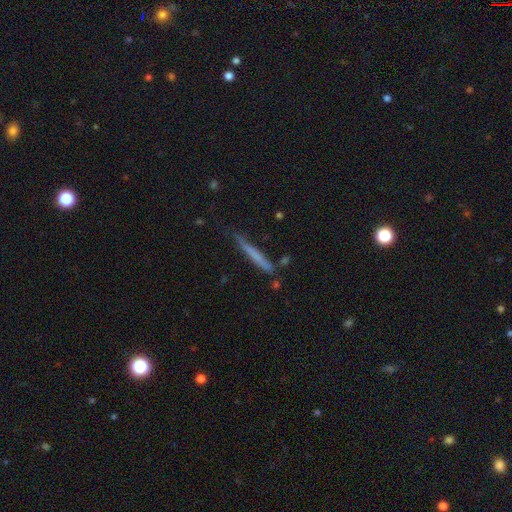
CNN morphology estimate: Q: Smooth or featured?
A: smooth (59%); runner-up: featured or disk (34%)
Q: How rounded?
A: cigar-shaped (96%); runner-up: in between (3%)
Q: Merging?
A: none (73%); runner-up: minor disturbance (19%)